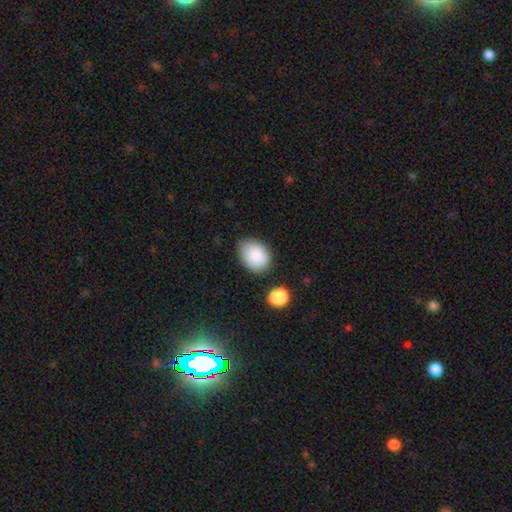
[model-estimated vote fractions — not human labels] This appears to be a smooth galaxy with no disk features (87%) that is in between round and cigar-shaped (69%). Merging: none (72%).